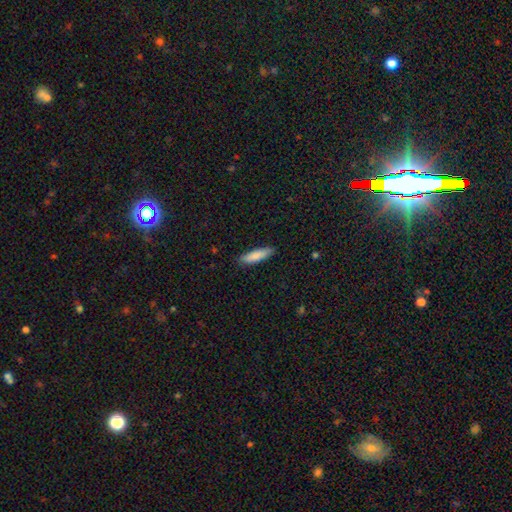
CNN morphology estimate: This is clearly a smooth galaxy (86%). How rounded: likely cigar-shaped (67%). Merging: clearly none (87%).